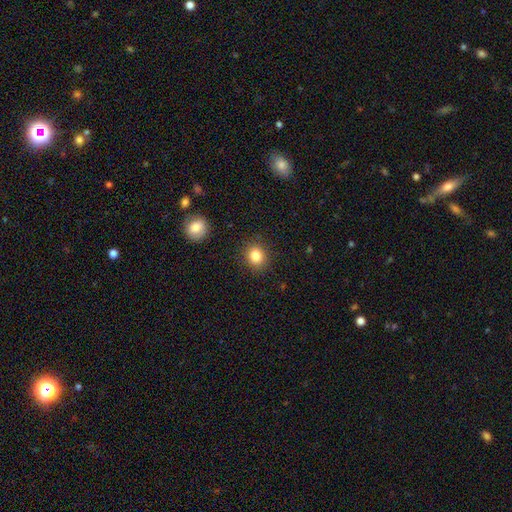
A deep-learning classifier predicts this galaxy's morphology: smooth-or-featured: smooth: 83% | star or artifact: 11% | featured or disk: 6%
  how-rounded: round: 75% | in between: 24% | cigar-shaped: 1%
  merging: none: 89% | minor disturbance: 7% | major disturbance: 3% | merger: 1%